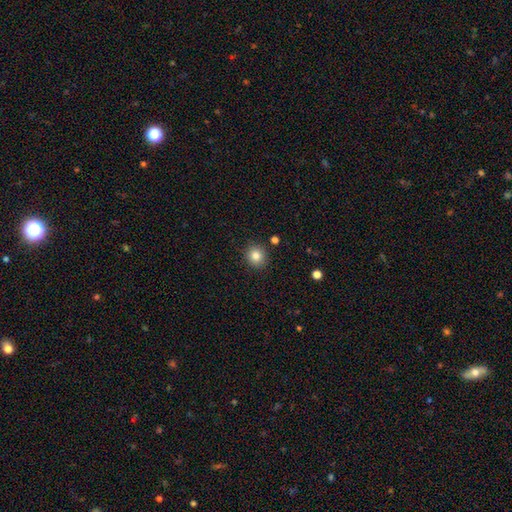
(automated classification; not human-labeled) smooth 83%, star or artifact 11%, featured or disk 6%. Down the decision tree: how rounded — round (88%); merging — none (89%).